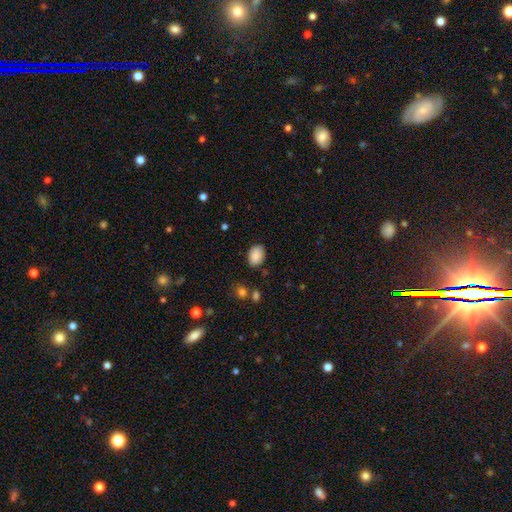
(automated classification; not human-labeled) Smooth or featured: smooth — 89% (star or artifact — 7%)
How rounded: in between — 81% (round — 18%)
Merging: none — 83% (minor disturbance — 13%)